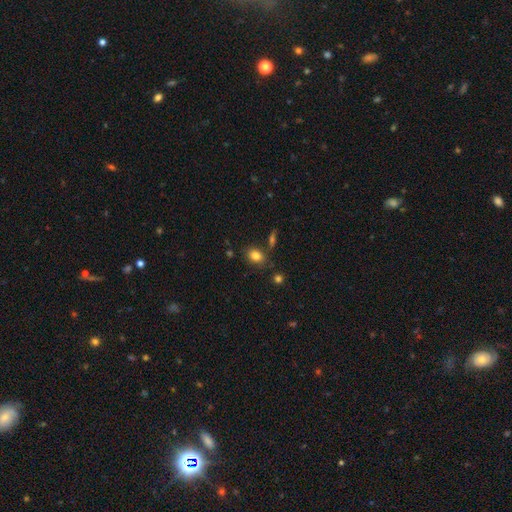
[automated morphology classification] Q: Smooth or featured?
A: smooth (82%); runner-up: star or artifact (10%)
Q: How rounded?
A: in between (70%); runner-up: round (28%)
Q: Merging?
A: none (77%); runner-up: minor disturbance (13%)